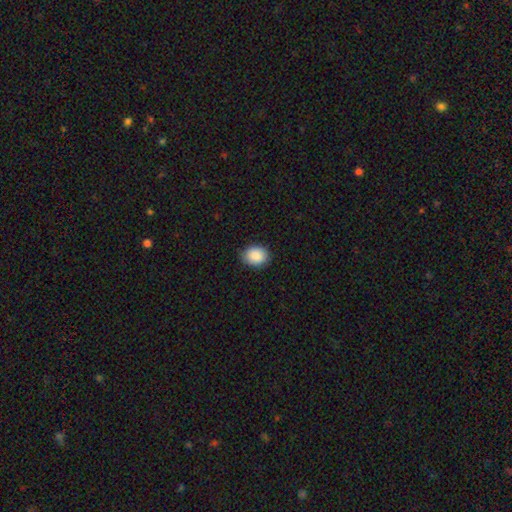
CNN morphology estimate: Smooth or featured? Predicted: smooth (p=0.90). How rounded? Predicted: in between (p=0.54). Merging? Predicted: none (p=0.85).